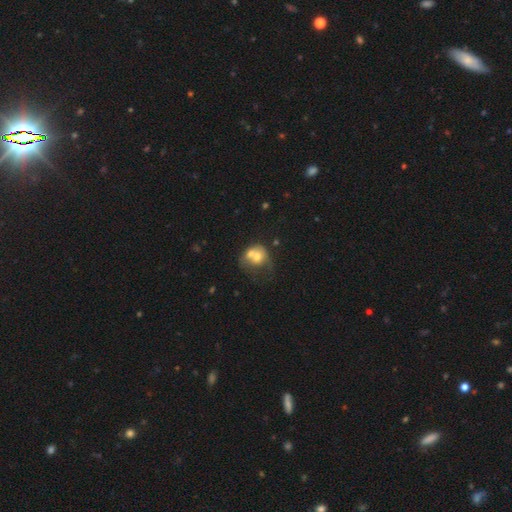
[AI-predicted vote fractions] Smooth or featured?
  - smooth: 59% *
  - featured or disk: 32%
  - star or artifact: 9%
How rounded?
  - round: 59% *
  - in between: 40%
  - cigar-shaped: 1%
Merging?
  - merger: 61% *
  - none: 17%
  - major disturbance: 11%
  - minor disturbance: 10%